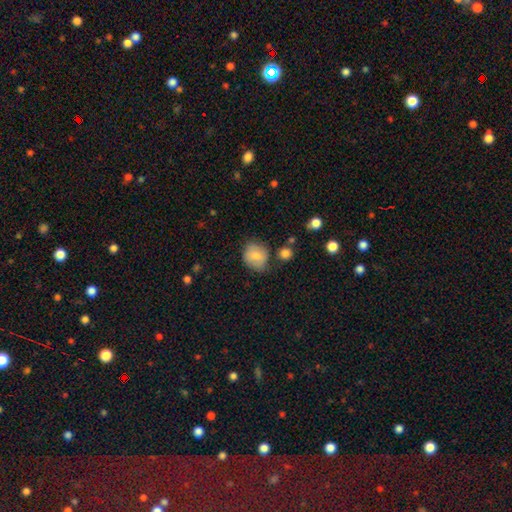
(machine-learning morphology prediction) Smooth or featured?
  - smooth: 78% *
  - featured or disk: 14%
  - star or artifact: 8%
How rounded?
  - round: 70% *
  - in between: 29%
  - cigar-shaped: 1%
Merging?
  - none: 69% *
  - minor disturbance: 21%
  - major disturbance: 5%
  - merger: 5%